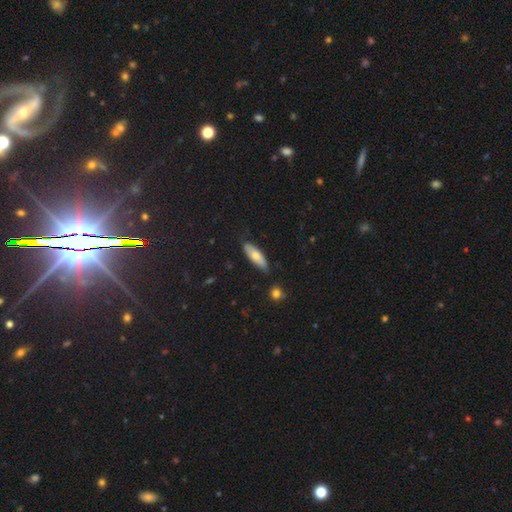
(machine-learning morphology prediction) Overall: smooth (67%; featured or disk 27%). How rounded: in between (59%; cigar-shaped 38%). Merging: none (79%).